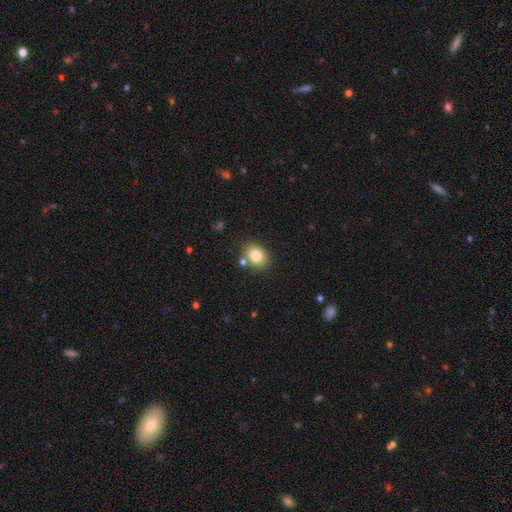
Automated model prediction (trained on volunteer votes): Smooth or featured: smooth — 81% (star or artifact — 9%)
How rounded: in between — 61% (round — 38%)
Merging: none — 75% (minor disturbance — 12%)